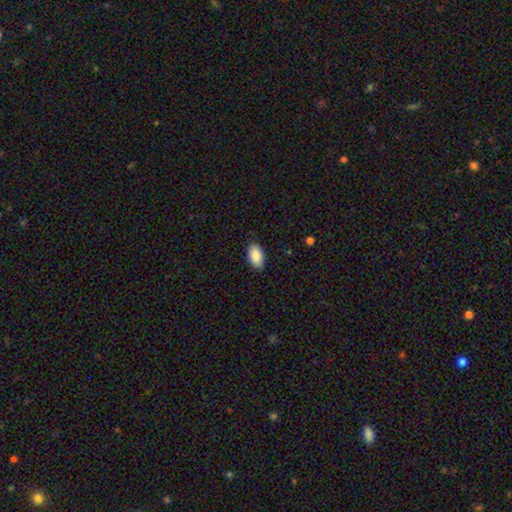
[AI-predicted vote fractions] Overall: smooth (89%). How rounded: in between (95%). Merging: none (86%).